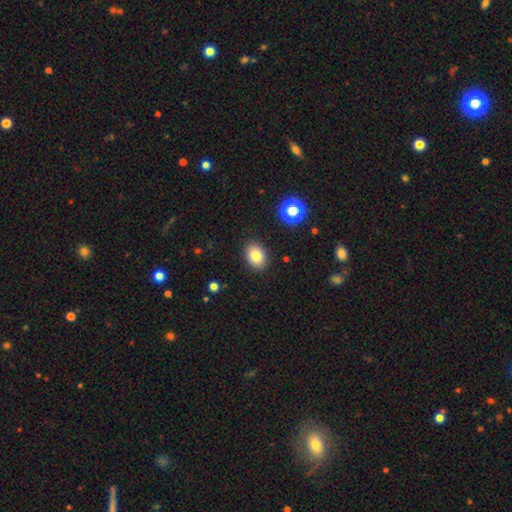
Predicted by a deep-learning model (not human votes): This appears to be a smooth galaxy with no disk features (80%) that is in between round and cigar-shaped (65%). Merging: none (88%).